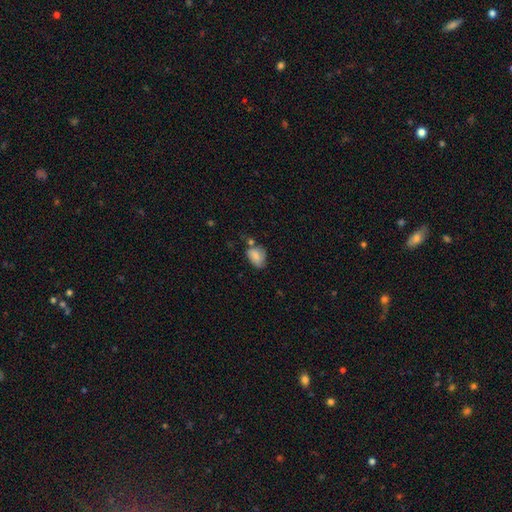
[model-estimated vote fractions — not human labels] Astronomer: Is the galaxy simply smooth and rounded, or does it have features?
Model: smooth — 76%.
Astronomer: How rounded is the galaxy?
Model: in between — 76%.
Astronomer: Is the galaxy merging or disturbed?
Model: none — 46% (runner-up: minor disturbance, 30%).